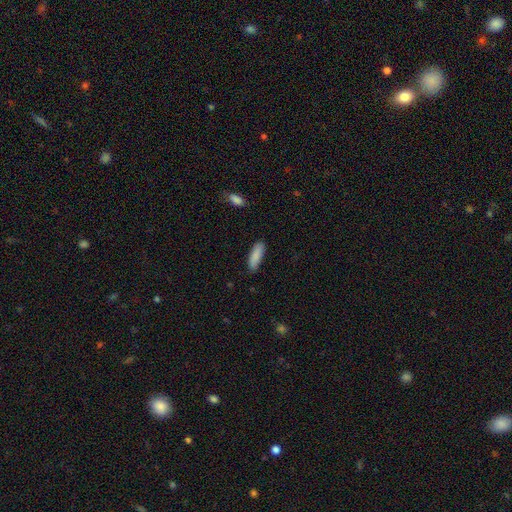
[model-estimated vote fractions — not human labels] A smooth galaxy with no disk features (88%) that is in between round and cigar-shaped (52%).

Vote fractions:
- Smooth or featured? smooth: 88% / star or artifact: 6% / featured or disk: 5%
- How rounded? in between: 52% / cigar-shaped: 47% / round: 1%
- Merging? none: 86% / minor disturbance: 11% / major disturbance: 2% / merger: 1%